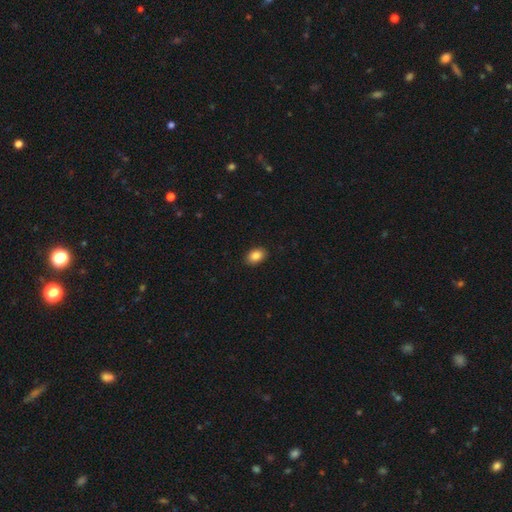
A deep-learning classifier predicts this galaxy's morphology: This appears to be a smooth galaxy with no disk features (87%) that is in between round and cigar-shaped (82%). Merging: none (90%).